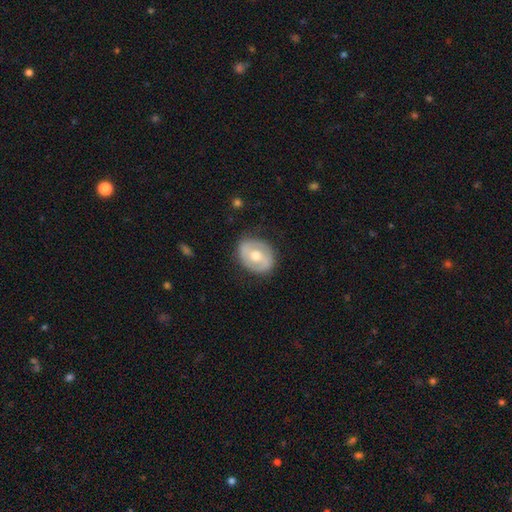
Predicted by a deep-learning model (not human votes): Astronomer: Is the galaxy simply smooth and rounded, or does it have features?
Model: featured or disk — 53% (runner-up: smooth, 41%).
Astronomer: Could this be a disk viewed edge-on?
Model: no — 95%.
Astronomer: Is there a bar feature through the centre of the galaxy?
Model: no — 48% (runner-up: weak, 34%).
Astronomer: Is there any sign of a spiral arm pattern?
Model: no — 58% (runner-up: yes, 42%).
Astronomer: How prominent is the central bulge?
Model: moderate — 77%.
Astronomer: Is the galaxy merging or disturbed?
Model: none — 80%.